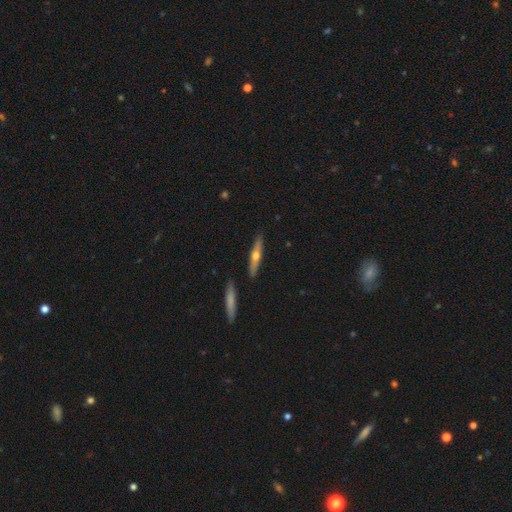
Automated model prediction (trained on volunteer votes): A featured or disk galaxy (56%) viewed edge-on (93%) with a rounded central bulge (91%). Merging: none (87%).